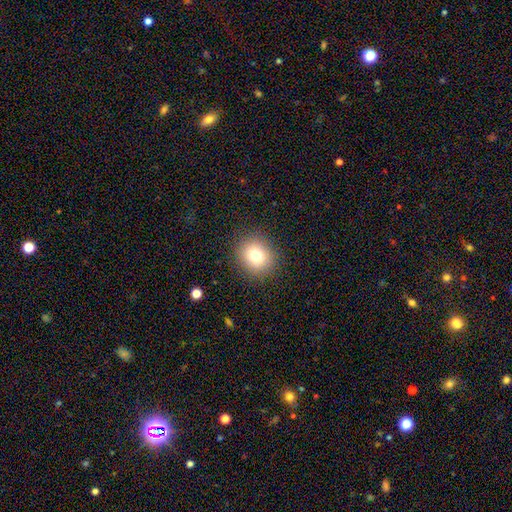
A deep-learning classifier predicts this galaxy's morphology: smooth_or_featured: smooth (p=0.78) [alt: star or artifact p=0.12]
how_rounded: round (p=0.81) [alt: in between p=0.18]
merging: none (p=0.89) [alt: minor disturbance p=0.07]